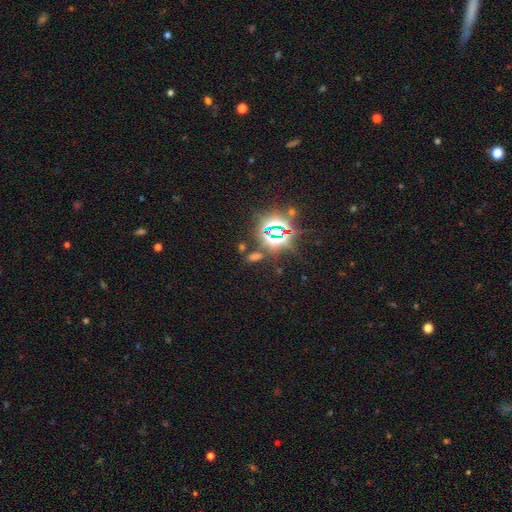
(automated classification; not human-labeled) Overall: star or artifact (78%).